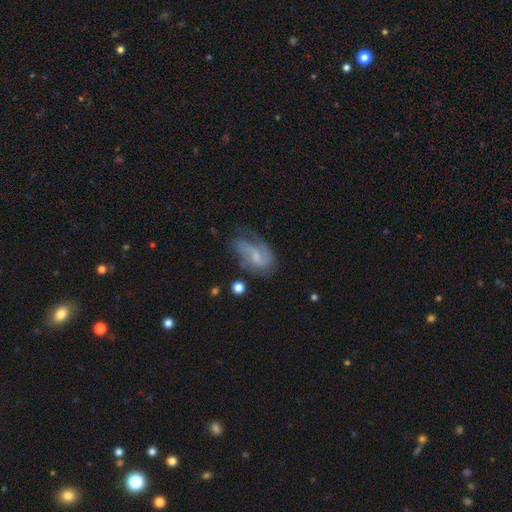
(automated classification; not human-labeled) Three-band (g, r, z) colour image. It shows a featured or disk galaxy (69%) with a weak bar (46%), 2 (53%) medium (43%) spiral arms (85%) and a small central bulge (53%). Merging: none (46%).